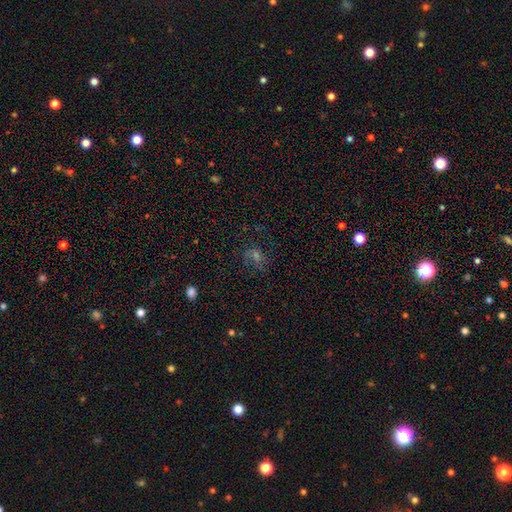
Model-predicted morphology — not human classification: A star or artifact, not a galaxy (35%, tied with featured or disk).